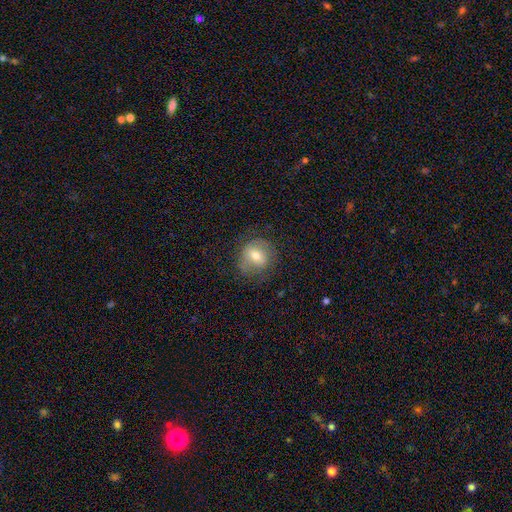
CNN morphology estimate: smooth 60%, featured or disk 30%, star or artifact 10%. Down the decision tree: how rounded — round (77%); merging — none (72%).